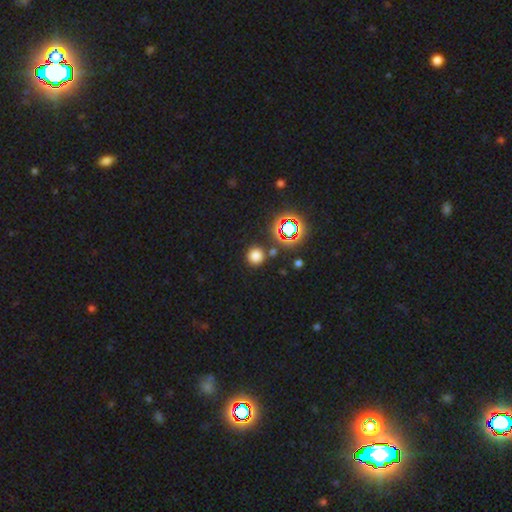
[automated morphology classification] A smooth galaxy with no disk features (73%) that is round (94%).

Vote fractions:
- Smooth or featured? smooth: 73% / star or artifact: 22% / featured or disk: 5%
- How rounded? round: 94% / in between: 5% / cigar-shaped: 1%
- Merging? none: 84% / minor disturbance: 7% / merger: 6% / major disturbance: 3%